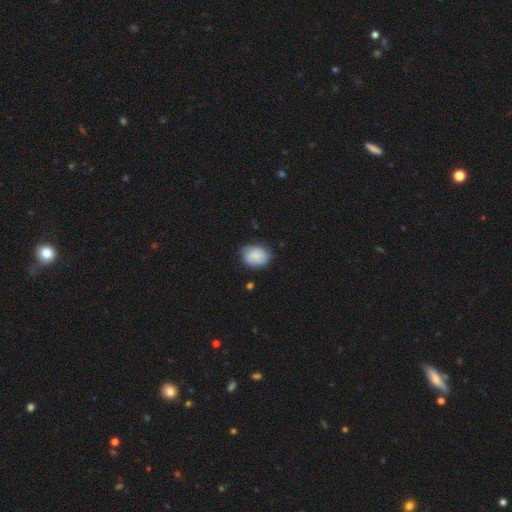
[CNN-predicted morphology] A smooth galaxy with no disk features (79%) that is in between round and cigar-shaped (58%). Merging: none (77%).